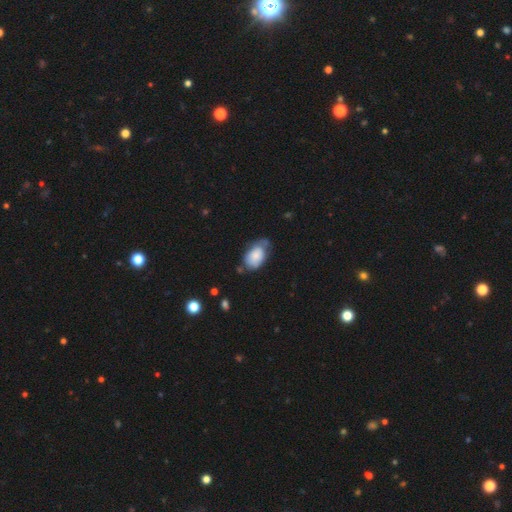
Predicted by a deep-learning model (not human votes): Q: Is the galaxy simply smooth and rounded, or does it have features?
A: smooth — 78%.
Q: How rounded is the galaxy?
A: in between — 89%.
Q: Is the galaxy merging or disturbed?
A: none — 41%.